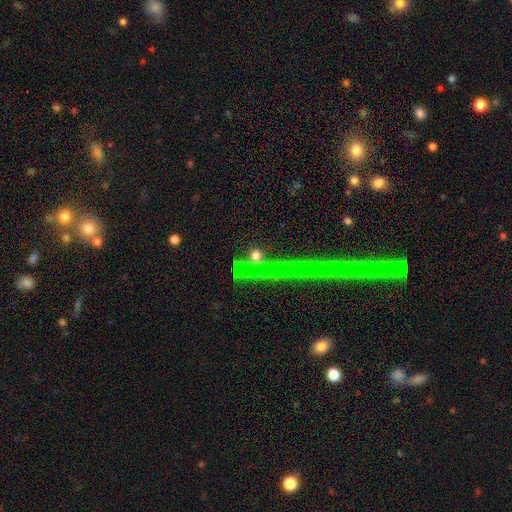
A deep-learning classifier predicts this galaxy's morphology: Q: Smooth or featured?
A: star or artifact (53%); runner-up: featured or disk (31%)